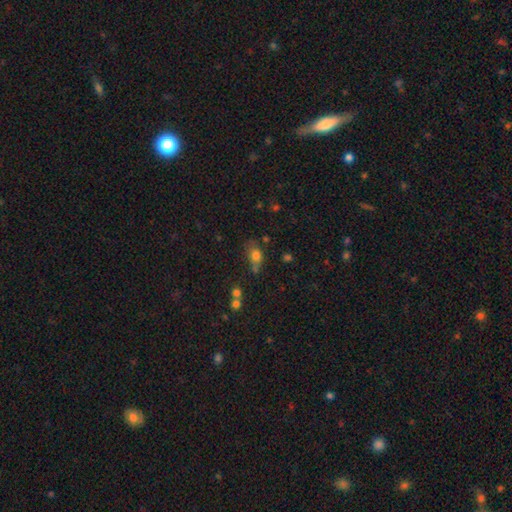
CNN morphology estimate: Overall: smooth (76%). How rounded: in between (67%; round 31%). Merging: none (45%; minor disturbance 25%).